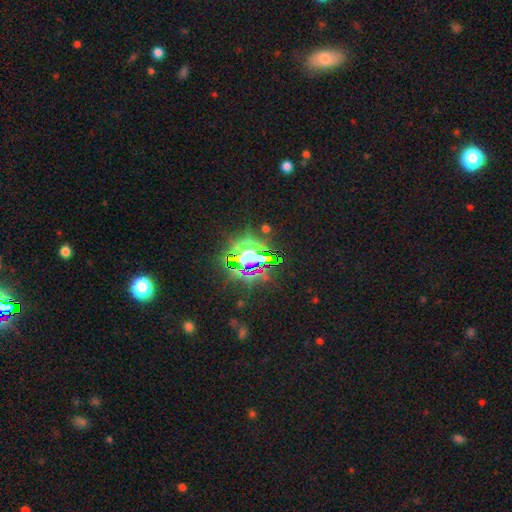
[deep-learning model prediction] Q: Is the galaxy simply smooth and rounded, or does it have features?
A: star or artifact — 74%.